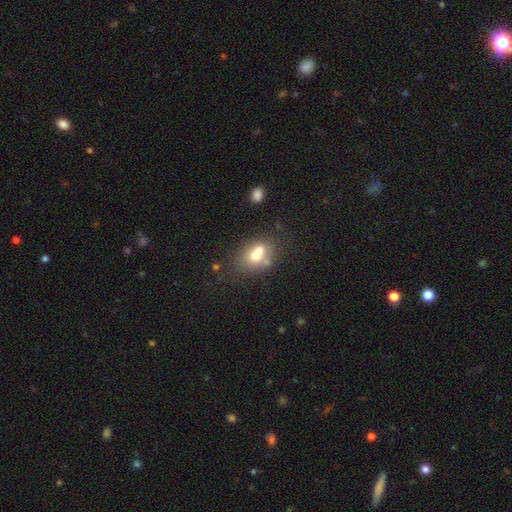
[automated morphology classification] The model was most divided on "how rounded": in between: 56%, round: 43%, cigar-shaped: 1%. More confident: smooth or featured — smooth (63%); merging — merger (51%).